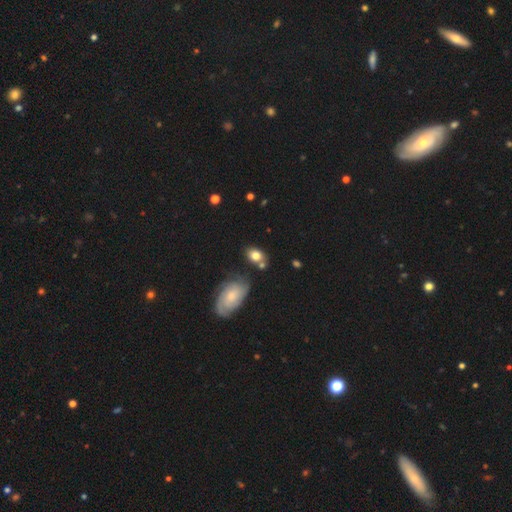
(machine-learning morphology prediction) Overall: smooth (73%). How rounded: in between (67%; round 31%). Merging: none (60%).